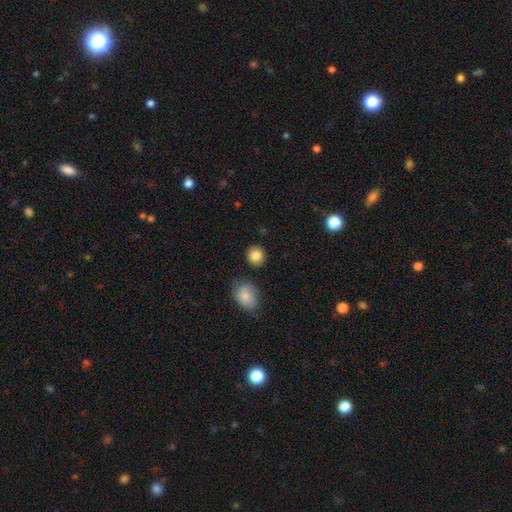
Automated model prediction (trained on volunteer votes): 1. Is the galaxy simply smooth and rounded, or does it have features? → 86% smooth, 9% star or artifact, 5% featured or disk.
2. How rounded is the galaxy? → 80% round, 19% in between, 1% cigar-shaped.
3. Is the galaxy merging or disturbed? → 85% none, 9% minor disturbance, 3% merger, 3% major disturbance.